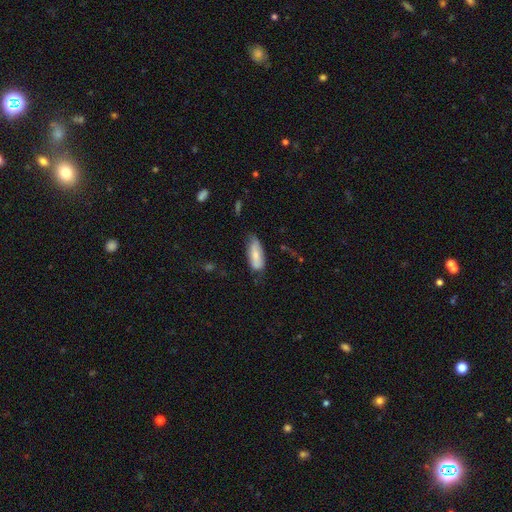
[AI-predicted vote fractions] Smooth or featured?
  - smooth: 72% *
  - featured or disk: 22%
  - star or artifact: 6%
How rounded?
  - in between: 72% *
  - cigar-shaped: 26%
  - round: 2%
Merging?
  - none: 58% *
  - minor disturbance: 32%
  - major disturbance: 7%
  - merger: 3%